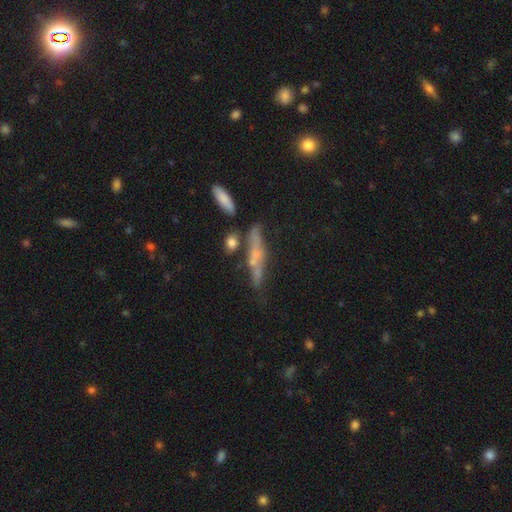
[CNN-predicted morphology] type=featured or disk (52%); edge-on=yes (81%); merging=none (61%).